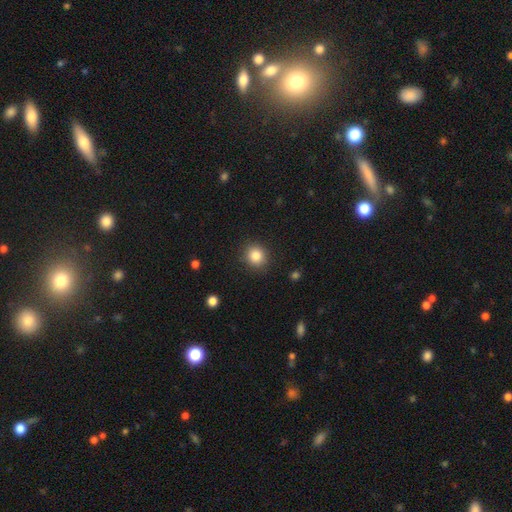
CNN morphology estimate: smooth-or-featured: smooth: 84% | star or artifact: 10% | featured or disk: 5%
  how-rounded: round: 85% | in between: 14% | cigar-shaped: 1%
  merging: none: 90% | minor disturbance: 7% | major disturbance: 2% | merger: 1%